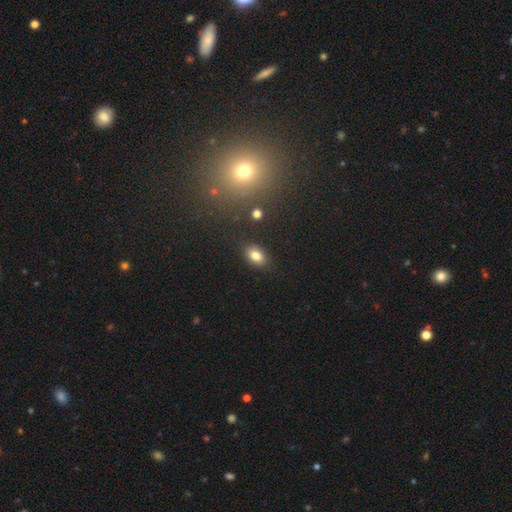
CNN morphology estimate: smooth_or_featured: smooth (p=0.81) [alt: star or artifact p=0.11]
how_rounded: in between (p=0.81) [alt: round p=0.18]
merging: none (p=0.84) [alt: minor disturbance p=0.11]